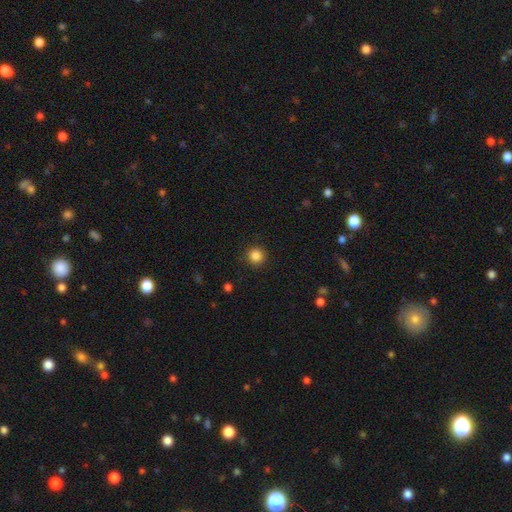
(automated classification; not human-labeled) Overall: smooth (85%). How rounded: round (95%). Merging: none (91%).